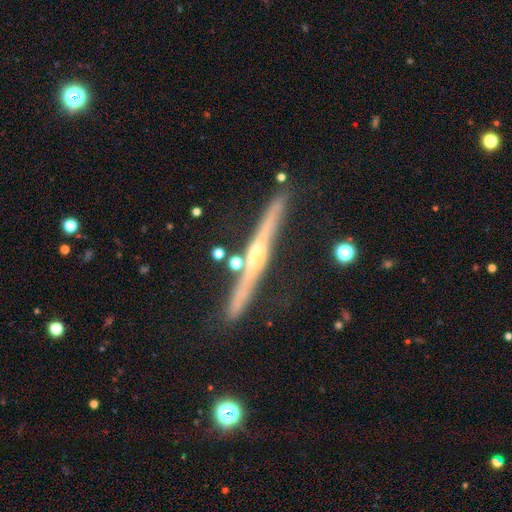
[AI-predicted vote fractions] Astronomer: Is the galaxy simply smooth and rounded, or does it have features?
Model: featured or disk — 76%.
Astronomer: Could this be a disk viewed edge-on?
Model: yes — 96%.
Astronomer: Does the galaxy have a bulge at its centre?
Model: rounded — 59%.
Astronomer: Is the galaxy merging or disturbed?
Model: none — 80%.